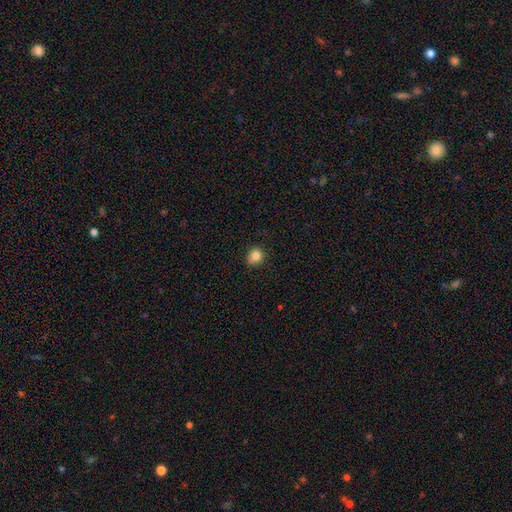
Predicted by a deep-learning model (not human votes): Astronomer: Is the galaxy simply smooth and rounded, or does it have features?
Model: smooth — 83%.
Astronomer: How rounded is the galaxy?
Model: round — 82%.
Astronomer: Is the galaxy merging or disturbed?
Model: none — 78%.